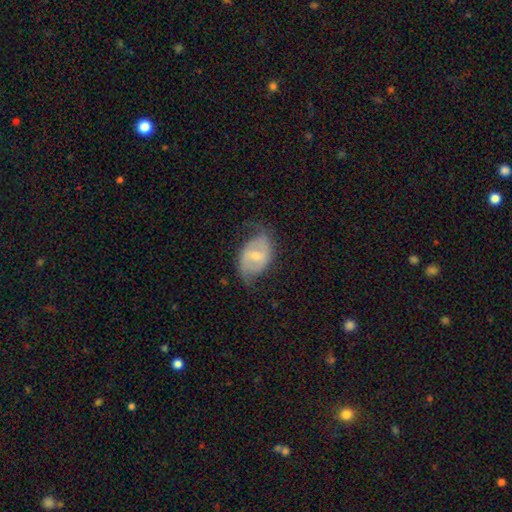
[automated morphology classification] Overall: featured or disk (67%). Edge-on disk: no (96%). Bar: weak (52%; no 26%). Spiral arms: yes (81%). Spiral arm count: 2 (83%). Spiral winding: medium (43%; loose 39%). Bulge size: moderate (51%; small 43%). Merging: none (64%).